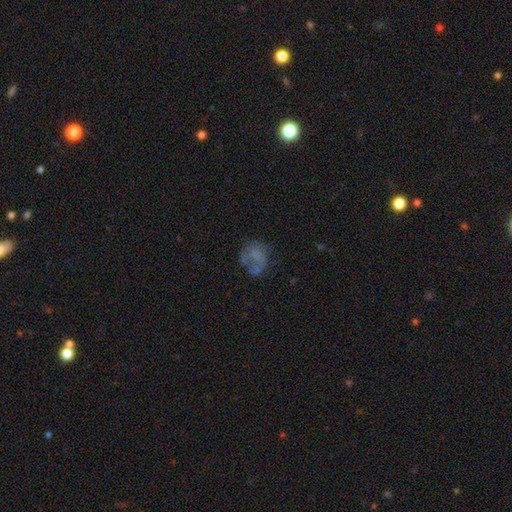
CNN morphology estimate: Q: Smooth or featured?
A: smooth (49%); runner-up: featured or disk (37%)
Q: Merging?
A: none (43%); runner-up: major disturbance (27%)